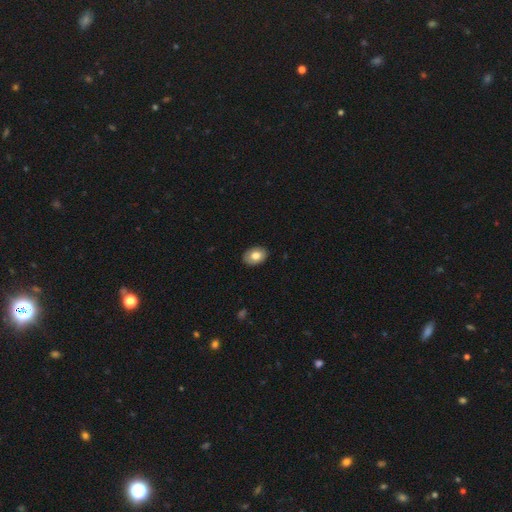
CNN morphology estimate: type=smooth (78%); roundness=in between (80%); merging=none (87%).